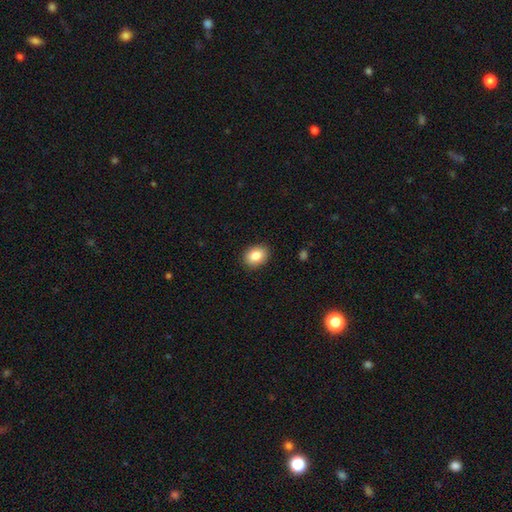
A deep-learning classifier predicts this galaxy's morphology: Overall: smooth (85%). How rounded: in between (64%; round 36%). Merging: none (89%).